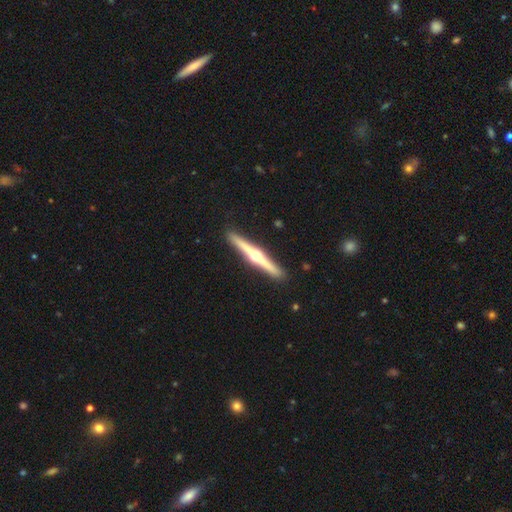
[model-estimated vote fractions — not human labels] This appears to be a featured or disk galaxy (80%) viewed edge-on (98%) with a rounded central bulge (95%). Merging: none (92%).